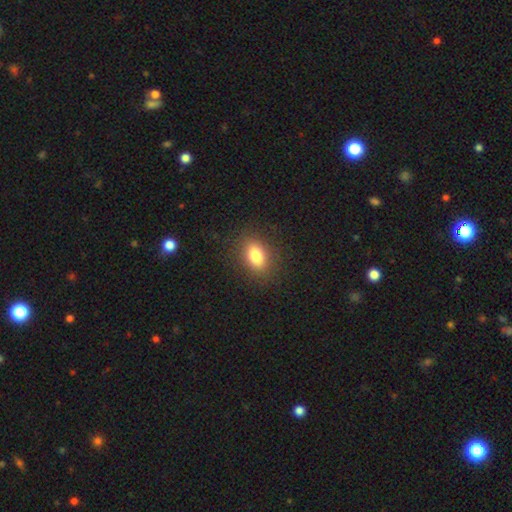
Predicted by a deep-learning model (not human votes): smooth 82%, star or artifact 10%, featured or disk 9%. Down the decision tree: how rounded — in between (82%); merging — none (86%).